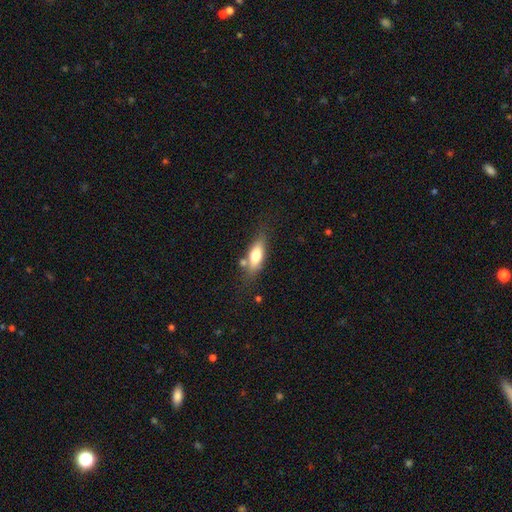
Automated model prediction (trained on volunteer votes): A smooth galaxy with no disk features (66%) that is in between round and cigar-shaped (67%). Merging: none (66%).